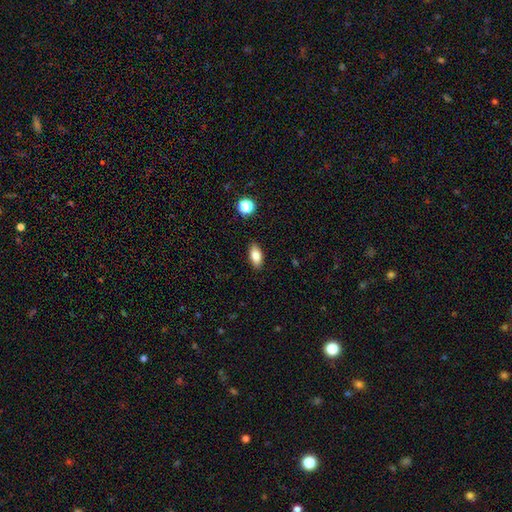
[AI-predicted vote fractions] Overall: smooth (81%). How rounded: in between (86%). Merging: none (87%).